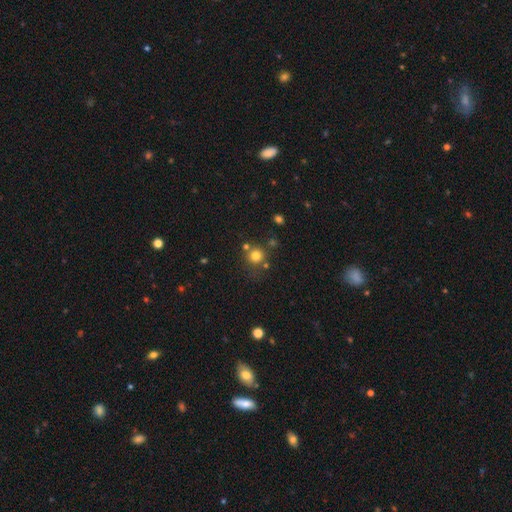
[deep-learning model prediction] Smooth or featured?
  - smooth: 77% *
  - star or artifact: 15%
  - featured or disk: 7%
How rounded?
  - round: 92% *
  - in between: 8%
  - cigar-shaped: 1%
Merging?
  - none: 72% *
  - merger: 13%
  - minor disturbance: 10%
  - major disturbance: 4%